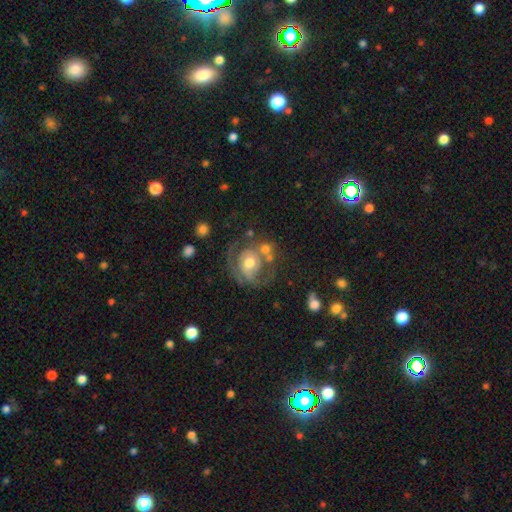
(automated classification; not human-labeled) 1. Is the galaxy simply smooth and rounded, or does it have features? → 67% featured or disk, 19% smooth, 13% star or artifact.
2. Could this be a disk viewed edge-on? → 96% no, 4% yes.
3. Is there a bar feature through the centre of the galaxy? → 67% no, 24% weak, 9% strong.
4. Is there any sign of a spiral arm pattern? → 70% yes, 30% no.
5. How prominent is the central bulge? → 63% moderate, 30% small, 4% large, 2% none, 1% dominant.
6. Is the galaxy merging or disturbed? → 52% none, 17% minor disturbance, 16% merger, 15% major disturbance.